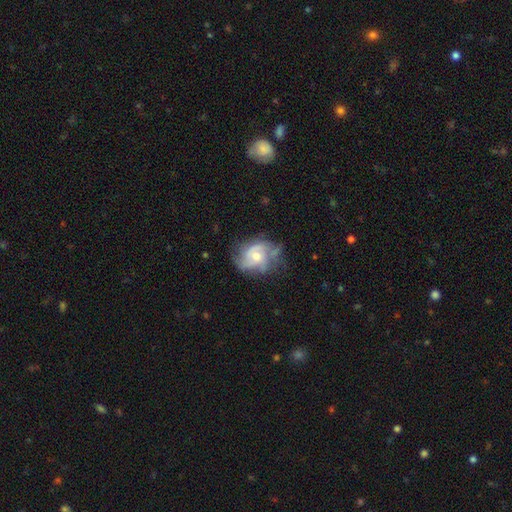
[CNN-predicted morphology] A featured or disk galaxy (73%) with no bar (71%), 2 (37%) medium (46%) spiral arms (87%) and a moderate central bulge (60%).

Vote fractions:
- Smooth or featured? featured or disk: 73% / smooth: 20% / star or artifact: 7%
- Edge-on disk? no: 97% / yes: 3%
- Bar? no: 71% / weak: 26% / strong: 4%
- Spiral arms? yes: 87% / no: 13%
- Spiral winding? medium: 46% / tight: 29% / loose: 25%
- Spiral arm count? 2: 37% / 3: 25% / can't tell: 24% / 4: 6% / 1: 4% / more than 4: 3%
- Bulge size? moderate: 60% / small: 32% / large: 5% / none: 2% / dominant: 1%
- Merging? none: 53% / minor disturbance: 27% / major disturbance: 17% / merger: 3%